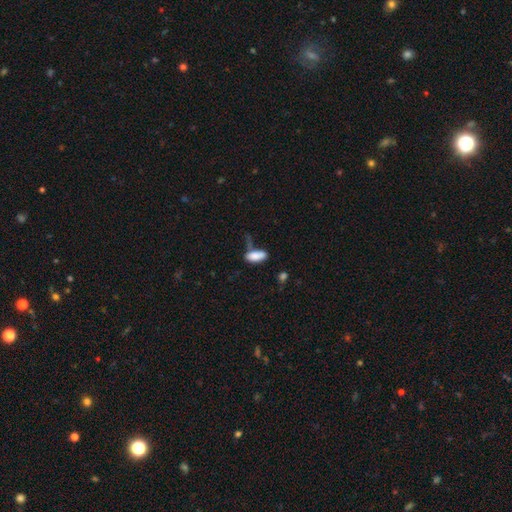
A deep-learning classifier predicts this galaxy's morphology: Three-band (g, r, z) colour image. It shows a smooth galaxy with no disk features (83%) that is in between round and cigar-shaped (80%). Merging: none (40%).